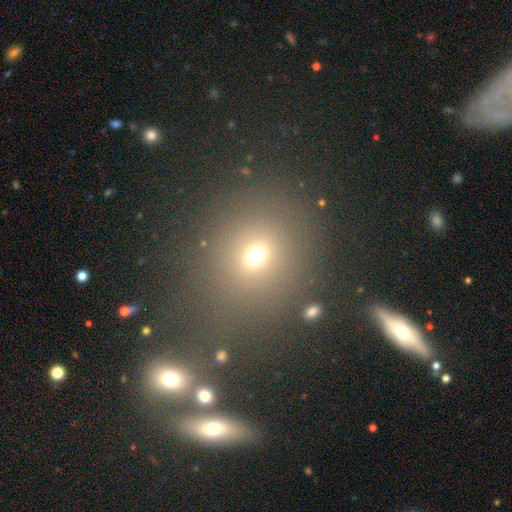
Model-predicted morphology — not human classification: Smooth or featured?
  - smooth: 66% *
  - star or artifact: 24%
  - featured or disk: 11%
How rounded?
  - round: 71% *
  - in between: 28%
  - cigar-shaped: 2%
Merging?
  - none: 73% *
  - minor disturbance: 11%
  - merger: 9%
  - major disturbance: 7%